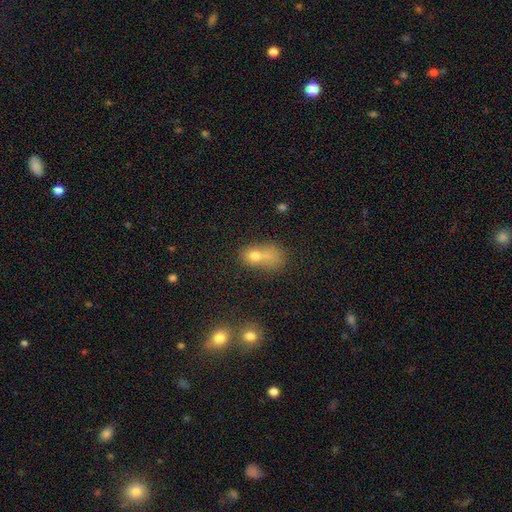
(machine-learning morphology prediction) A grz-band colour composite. It shows a smooth galaxy with no disk features (66%) that is in between round and cigar-shaped (64%). Merging: merger (46%).